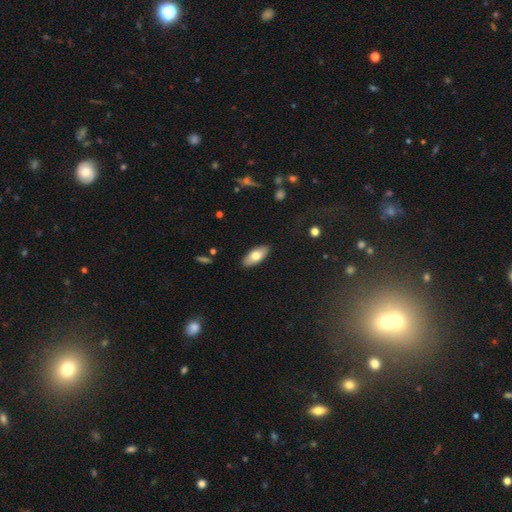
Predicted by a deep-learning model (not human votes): smooth 73%, featured or disk 21%, star or artifact 6%. Down the decision tree: how rounded — in between (87%); merging — none (88%).